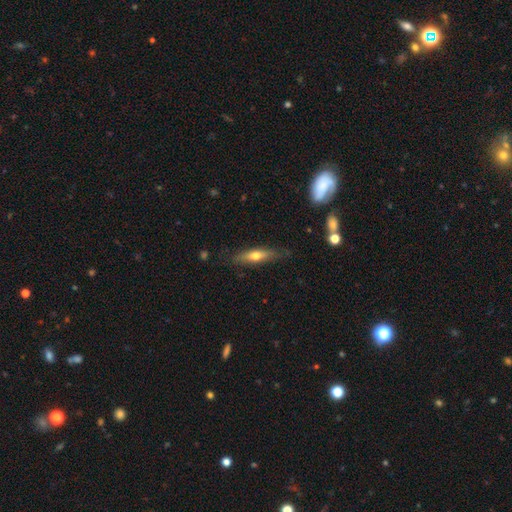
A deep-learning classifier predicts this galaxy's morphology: type=smooth (54%); roundness=cigar-shaped (70%); merging=none (78%).